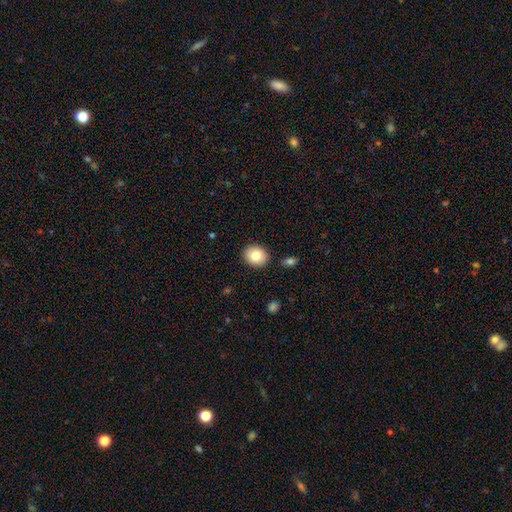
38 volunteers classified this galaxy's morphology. Volunteers were most divided on "how rounded": round: 55%, in between: 42%, cigar-shaped: 3%. More confident: merging — none (89%); smooth or featured — smooth (87%).